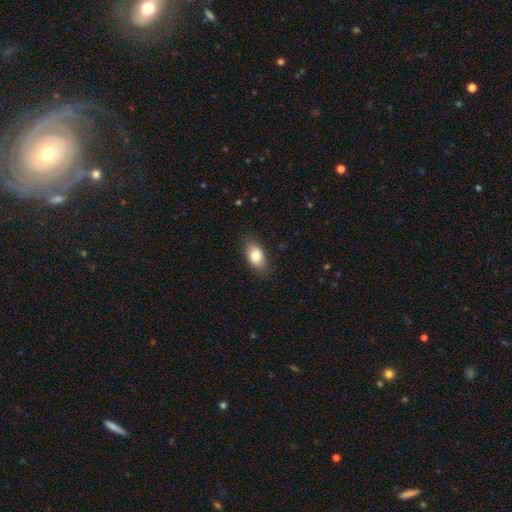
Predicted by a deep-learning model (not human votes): smooth-or-featured: smooth: 79% | featured or disk: 13% | star or artifact: 7%
  how-rounded: in between: 89% | round: 9% | cigar-shaped: 3%
  merging: none: 83% | minor disturbance: 13% | major disturbance: 3% | merger: 1%